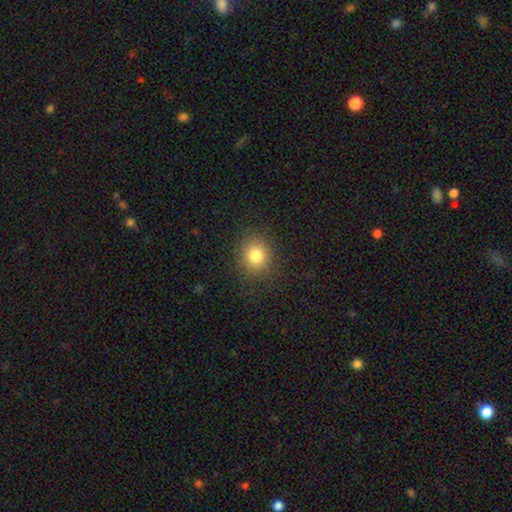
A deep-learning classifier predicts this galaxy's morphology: The model was most divided on "how rounded": round: 76%, in between: 23%, cigar-shaped: 1%. More confident: merging — none (88%); smooth or featured — smooth (80%).